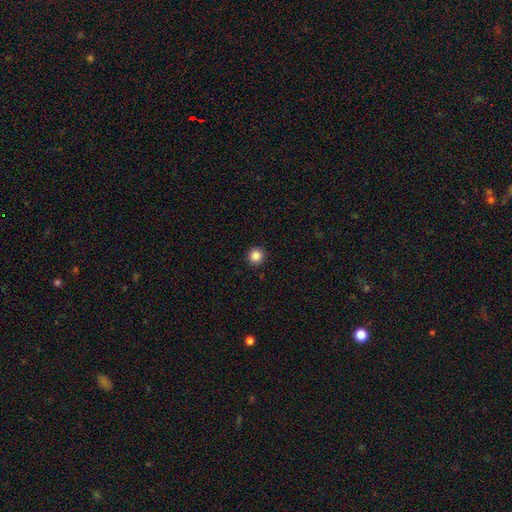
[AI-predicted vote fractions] Morphology: type=smooth (86%); roundness=round (96%); merging=none (93%).